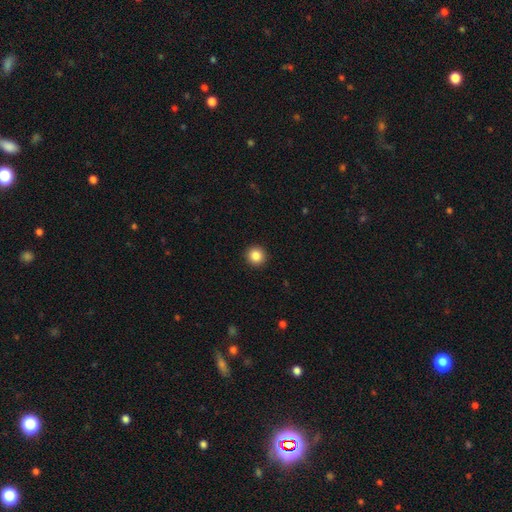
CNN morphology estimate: This is clearly a smooth galaxy (86%). How rounded: clearly round (94%). Merging: clearly none (93%).